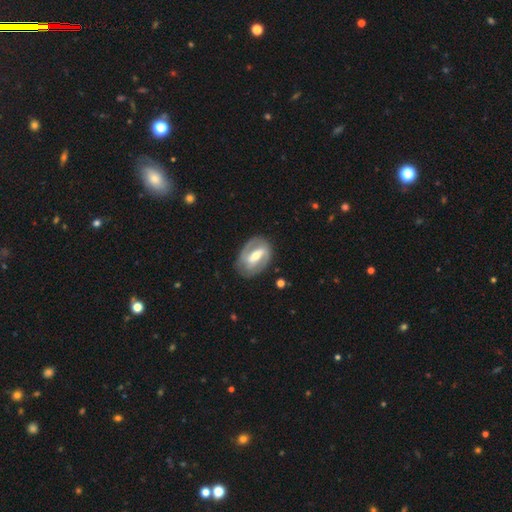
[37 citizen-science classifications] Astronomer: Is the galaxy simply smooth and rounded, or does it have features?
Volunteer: featured or disk — 84%.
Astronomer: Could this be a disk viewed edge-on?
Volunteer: no — 97%.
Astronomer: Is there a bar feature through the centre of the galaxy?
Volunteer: weak — 53% (runner-up: strong, 43%).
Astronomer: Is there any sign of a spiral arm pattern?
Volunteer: yes — 87%.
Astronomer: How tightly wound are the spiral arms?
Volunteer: medium — 50% (runner-up: tight, 31%).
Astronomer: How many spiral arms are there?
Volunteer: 2 — 81%.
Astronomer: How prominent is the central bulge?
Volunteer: moderate — 77%.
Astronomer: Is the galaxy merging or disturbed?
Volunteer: none — 83%.